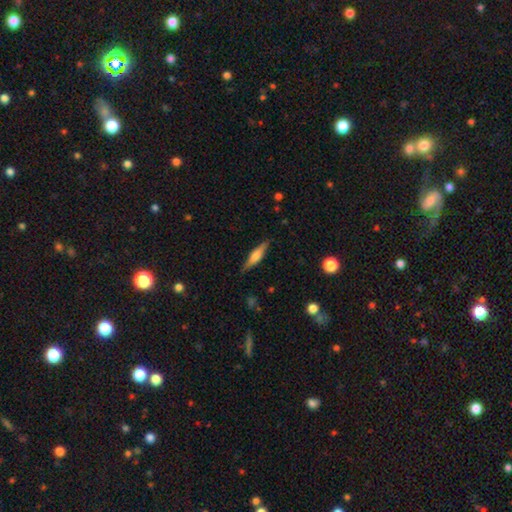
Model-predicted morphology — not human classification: The model was most divided on "smooth or featured": featured or disk: 52%, smooth: 41%, star or artifact: 7%. More confident: edge-on disk — yes (95%); merging — none (86%).